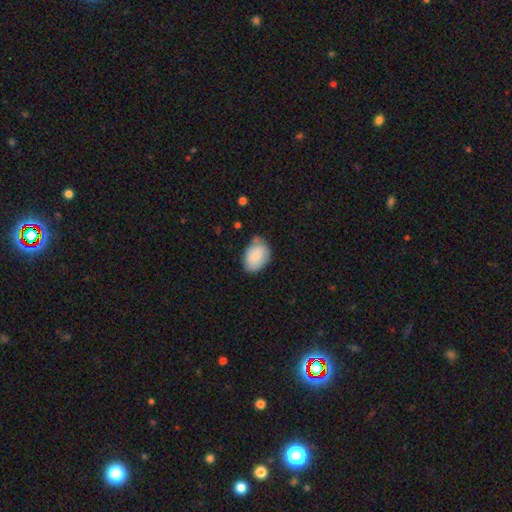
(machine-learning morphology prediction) smooth-or-featured: smooth: 78% | featured or disk: 16% | star or artifact: 6%
  how-rounded: in between: 82% | round: 17% | cigar-shaped: 1%
  merging: none: 60% | minor disturbance: 30% | major disturbance: 6% | merger: 3%